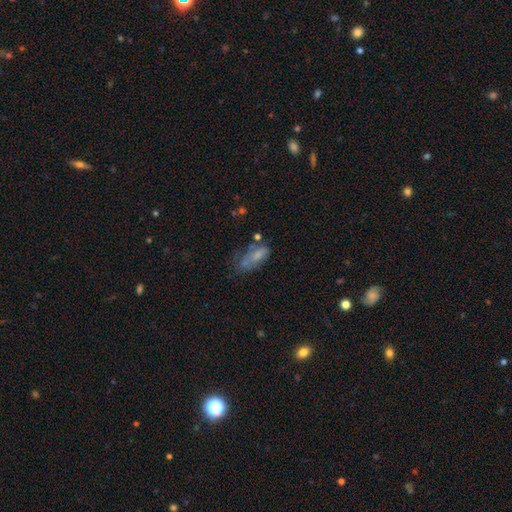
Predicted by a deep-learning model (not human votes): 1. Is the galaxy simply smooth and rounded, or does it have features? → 60% smooth, 30% featured or disk, 11% star or artifact.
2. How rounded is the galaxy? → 81% in between, 15% cigar-shaped, 4% round.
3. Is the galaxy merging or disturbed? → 36% none, 28% minor disturbance, 22% major disturbance, 15% merger.